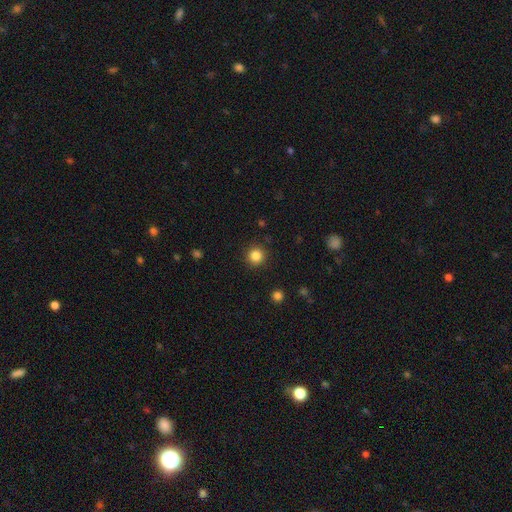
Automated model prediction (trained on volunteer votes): This appears to be a smooth galaxy with no disk features (84%) that is round (94%). Merging: none (91%).